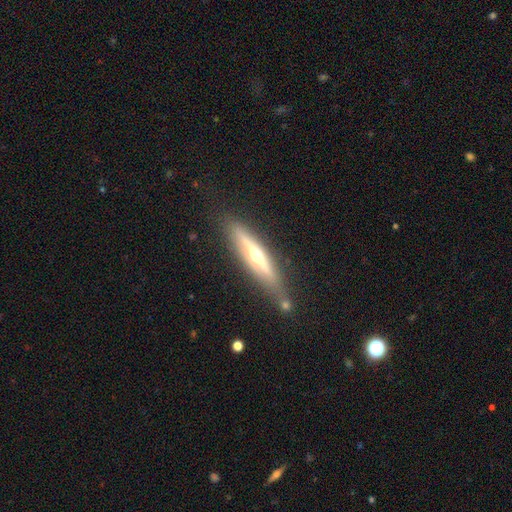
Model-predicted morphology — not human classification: featured or disk 68%, smooth 25%, star or artifact 6%. Down the decision tree: edge-on disk — yes (92%); edge-on bulge — rounded (88%); merging — none (76%).